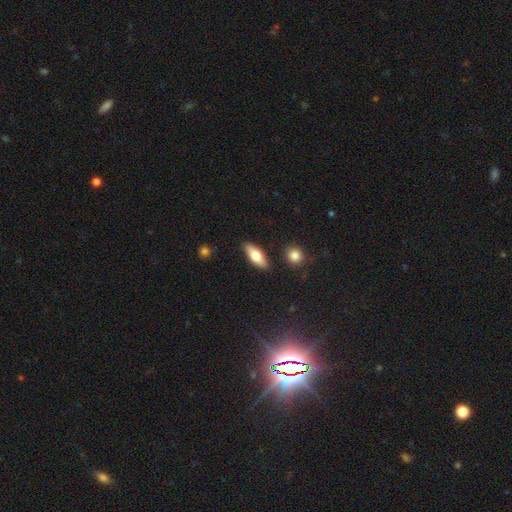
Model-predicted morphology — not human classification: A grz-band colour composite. It shows a smooth galaxy with no disk features (67%) that is in between round and cigar-shaped (67%). Merging: none (86%).